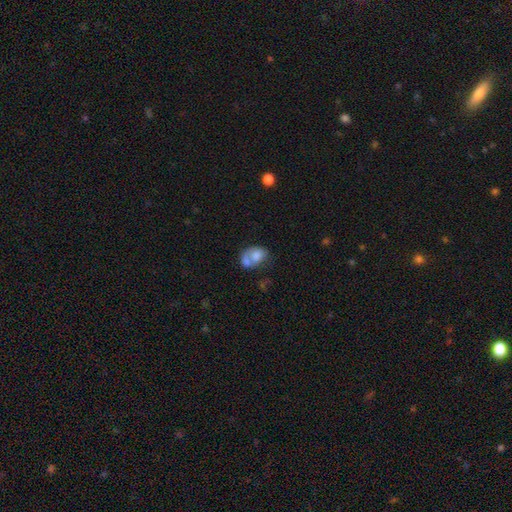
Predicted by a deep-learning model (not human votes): The model was most divided on "merging": merger: 53%, none: 23%, minor disturbance: 13%, major disturbance: 12%. More confident: how rounded — in between (71%); smooth or featured — smooth (66%).